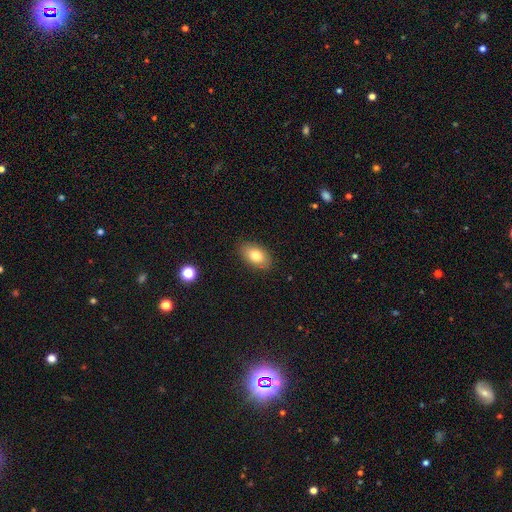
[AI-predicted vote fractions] A smooth galaxy with no disk features (80%) that is in between round and cigar-shaped (89%). Merging: none (87%).